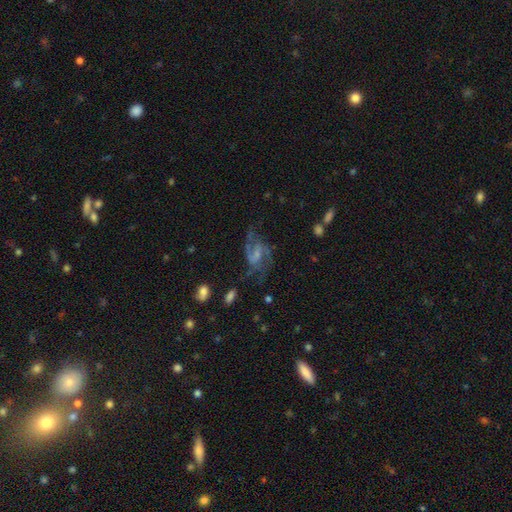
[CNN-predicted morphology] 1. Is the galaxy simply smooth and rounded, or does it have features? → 77% featured or disk, 11% star or artifact, 11% smooth.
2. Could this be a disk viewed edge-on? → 96% no, 4% yes.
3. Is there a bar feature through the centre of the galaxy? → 51% weak, 30% no, 19% strong.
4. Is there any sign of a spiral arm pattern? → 92% yes, 8% no.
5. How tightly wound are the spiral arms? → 47% medium, 37% loose, 16% tight.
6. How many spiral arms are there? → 61% 2, 15% can't tell, 12% 3, 5% 1, 4% 4, 3% more than 4.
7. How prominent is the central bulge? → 53% small, 25% moderate, 18% none, 3% large, 1% dominant.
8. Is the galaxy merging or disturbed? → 57% none, 21% major disturbance, 19% minor disturbance, 3% merger.